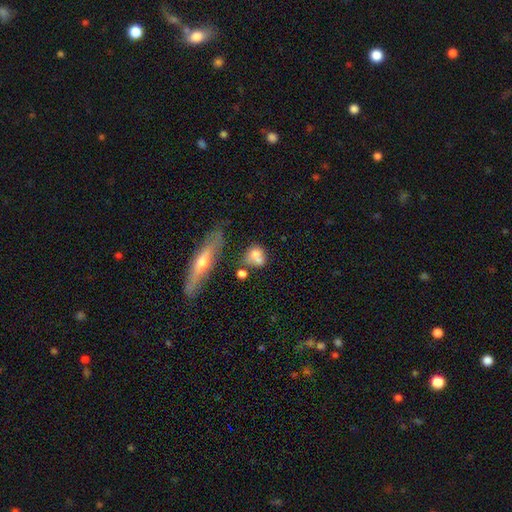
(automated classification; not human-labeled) This appears to be a smooth galaxy with no disk features (66%) that is round (47%). Merging: none (41%).